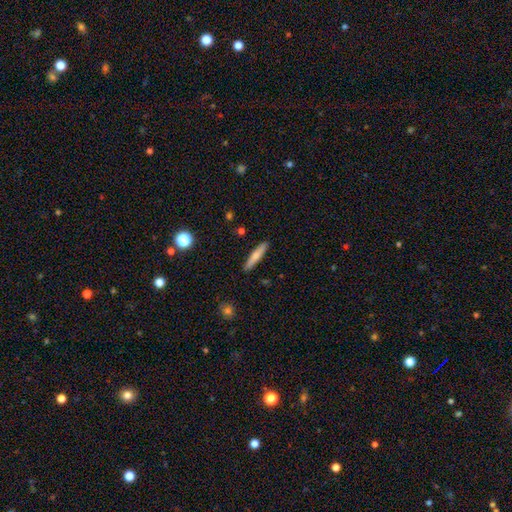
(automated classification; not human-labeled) Smooth or featured?
  - smooth: 67% *
  - featured or disk: 27%
  - star or artifact: 6%
How rounded?
  - cigar-shaped: 90% *
  - in between: 9%
  - round: 2%
Merging?
  - none: 90% *
  - minor disturbance: 7%
  - major disturbance: 2%
  - merger: 1%